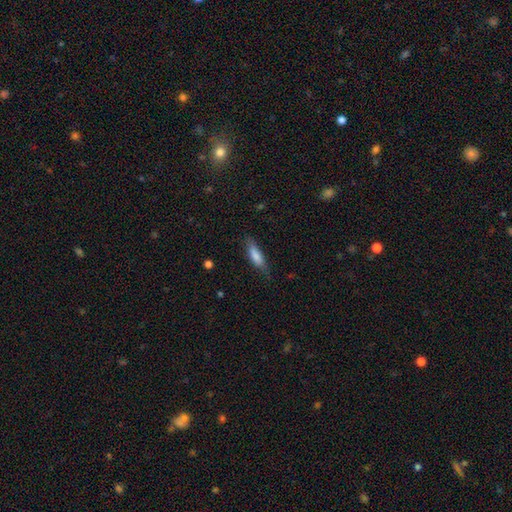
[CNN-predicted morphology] Smooth or featured?
  - smooth: 79% *
  - featured or disk: 14%
  - star or artifact: 6%
How rounded?
  - cigar-shaped: 55% *
  - in between: 43%
  - round: 2%
Merging?
  - none: 73% *
  - minor disturbance: 21%
  - major disturbance: 5%
  - merger: 1%